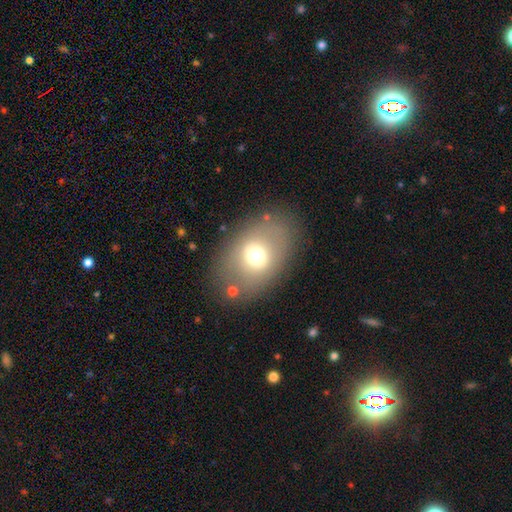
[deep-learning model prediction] Smooth or featured?
  - smooth: 61% *
  - featured or disk: 28%
  - star or artifact: 11%
How rounded?
  - in between: 77% *
  - round: 22%
  - cigar-shaped: 1%
Merging?
  - none: 79% *
  - minor disturbance: 12%
  - major disturbance: 6%
  - merger: 3%